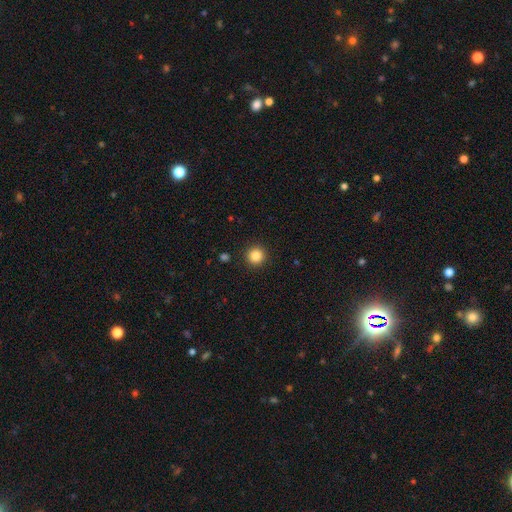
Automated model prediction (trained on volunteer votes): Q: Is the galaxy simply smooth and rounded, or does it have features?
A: smooth — 86%.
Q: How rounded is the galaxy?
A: round — 95%.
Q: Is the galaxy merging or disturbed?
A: none — 92%.